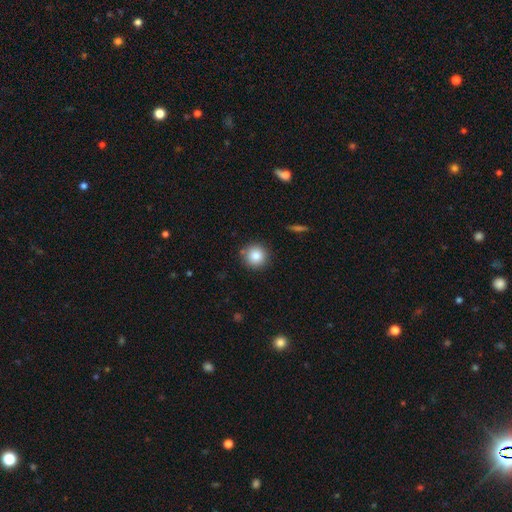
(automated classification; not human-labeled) Smooth or featured? Predicted: smooth (p=0.84). How rounded? Predicted: round (p=0.95). Merging? Predicted: none (p=0.87).